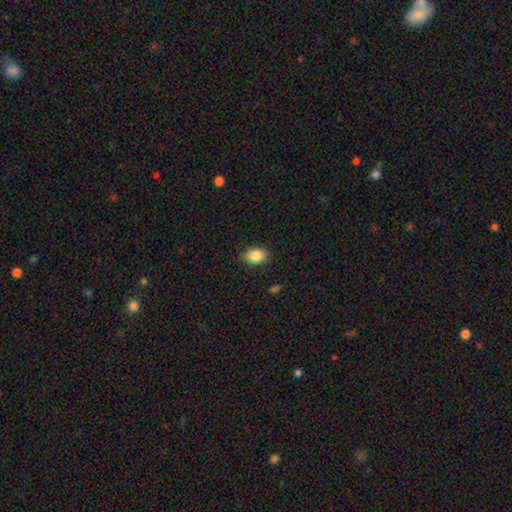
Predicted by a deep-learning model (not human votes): Smooth or featured? smooth (86%)
How rounded? in between (75%)
Merging? none (84%)